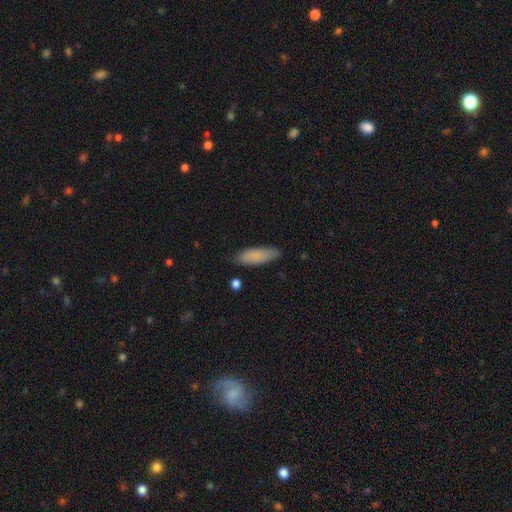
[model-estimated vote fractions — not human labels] Q: Smooth or featured?
A: smooth (85%); runner-up: featured or disk (9%)
Q: How rounded?
A: in between (61%); runner-up: cigar-shaped (37%)
Q: Merging?
A: none (82%); runner-up: minor disturbance (14%)